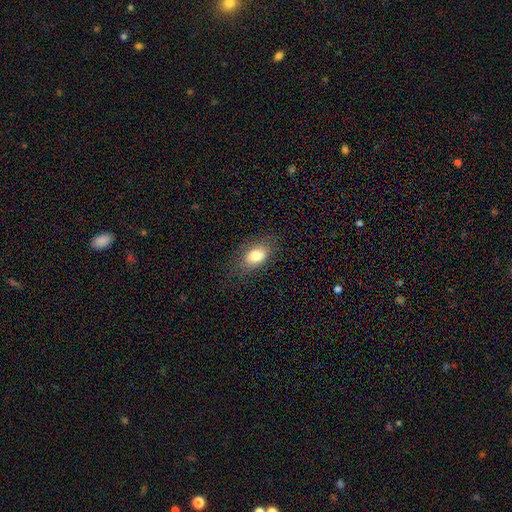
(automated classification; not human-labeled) Smooth or featured? Predicted: smooth (p=0.78). How rounded? Predicted: in between (p=0.87). Merging? Predicted: none (p=0.74).